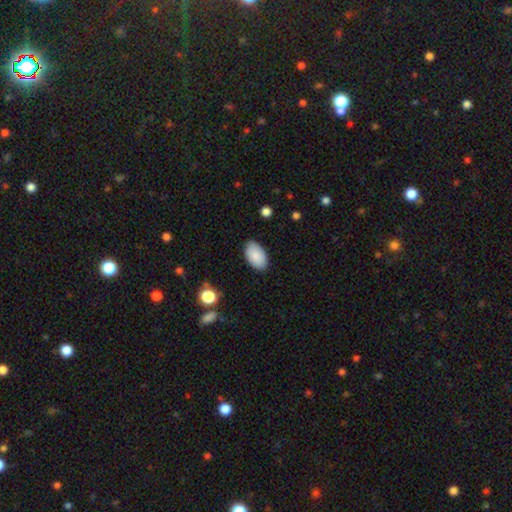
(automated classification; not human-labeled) A smooth galaxy with no disk features (88%) that is in between round and cigar-shaped (95%). Merging: none (86%).